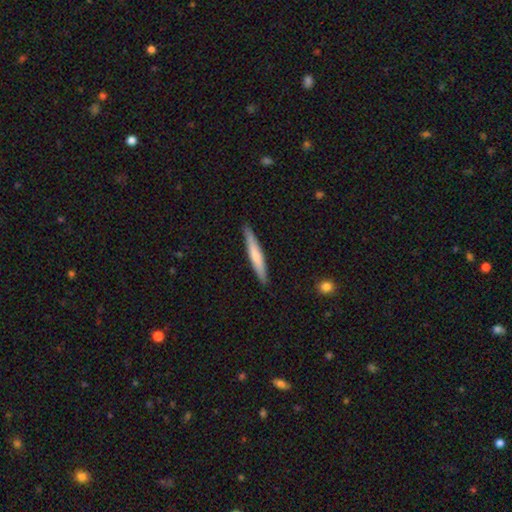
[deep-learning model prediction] Smooth or featured? smooth (62%)
How rounded? cigar-shaped (95%)
Merging? none (90%)